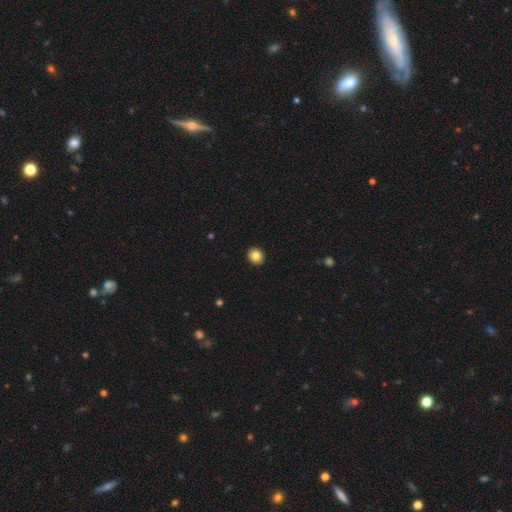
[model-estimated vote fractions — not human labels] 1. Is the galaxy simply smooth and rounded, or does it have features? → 84% smooth, 10% star or artifact, 6% featured or disk.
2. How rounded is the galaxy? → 83% round, 16% in between, 1% cigar-shaped.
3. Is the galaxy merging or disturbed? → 93% none, 5% minor disturbance, 1% major disturbance, 1% merger.